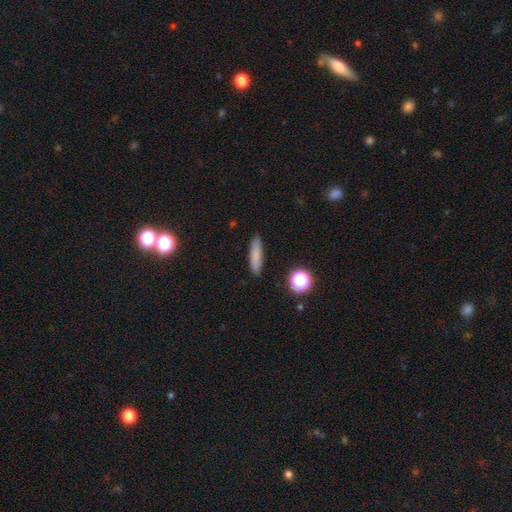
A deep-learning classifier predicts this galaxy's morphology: Overall: smooth (80%). How rounded: cigar-shaped (65%; in between 32%). Merging: none (88%).